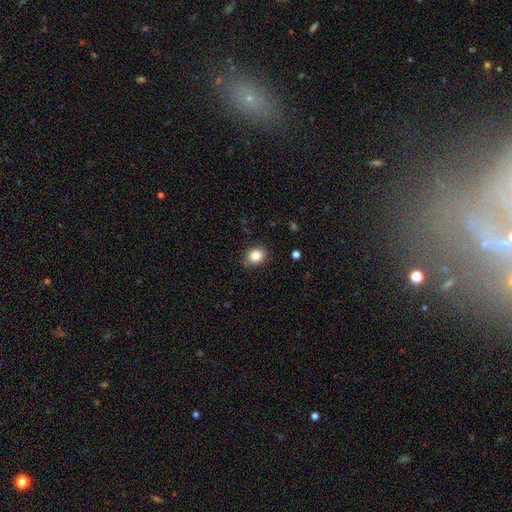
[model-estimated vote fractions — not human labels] Smooth or featured? Predicted: smooth (p=0.85). How rounded? Predicted: round (p=0.55). Merging? Predicted: none (p=0.84).